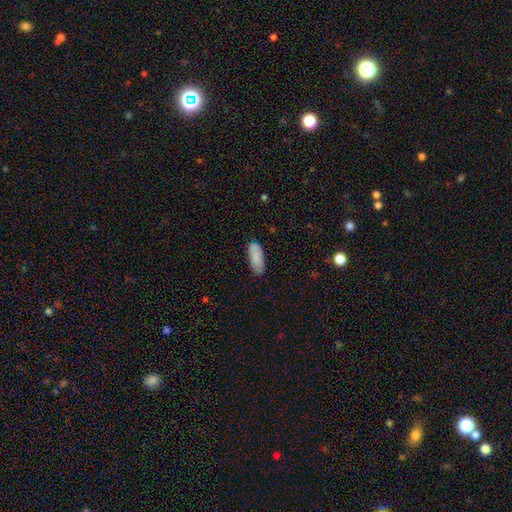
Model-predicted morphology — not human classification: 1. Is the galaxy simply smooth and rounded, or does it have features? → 87% smooth, 7% featured or disk, 6% star or artifact.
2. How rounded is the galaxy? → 78% in between, 20% cigar-shaped, 2% round.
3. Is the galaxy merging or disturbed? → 82% none, 15% minor disturbance, 3% major disturbance, 1% merger.